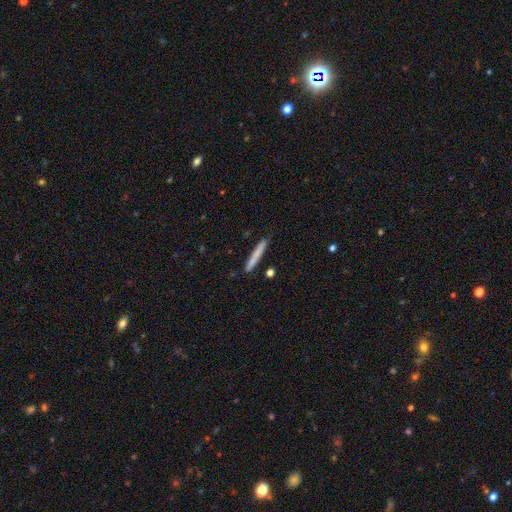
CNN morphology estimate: A smooth galaxy with no disk features (73%) that is cigar-shaped (96%).

Vote fractions:
- Smooth or featured? smooth: 73% / featured or disk: 21% / star or artifact: 6%
- How rounded? cigar-shaped: 96% / in between: 3% / round: 1%
- Merging? none: 89% / minor disturbance: 8% / merger: 2% / major disturbance: 2%